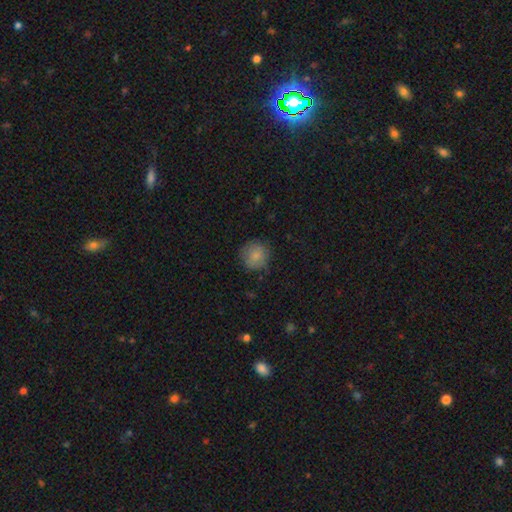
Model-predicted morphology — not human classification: This is clearly a smooth galaxy (83%). How rounded: clearly round (92%). Merging: clearly none (81%).